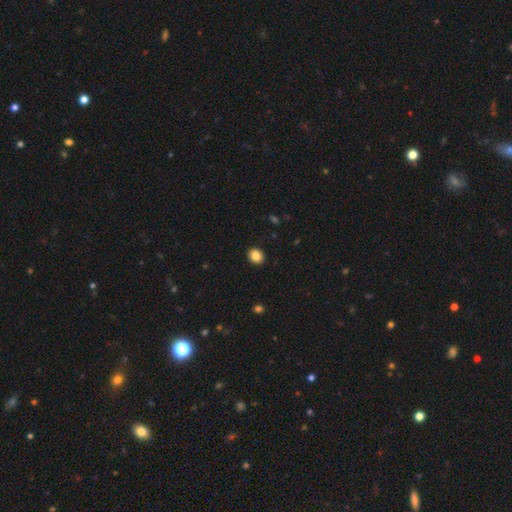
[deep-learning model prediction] Smooth or featured: smooth — 86% (star or artifact — 9%)
How rounded: round — 66% (in between — 33%)
Merging: none — 92% (minor disturbance — 5%)